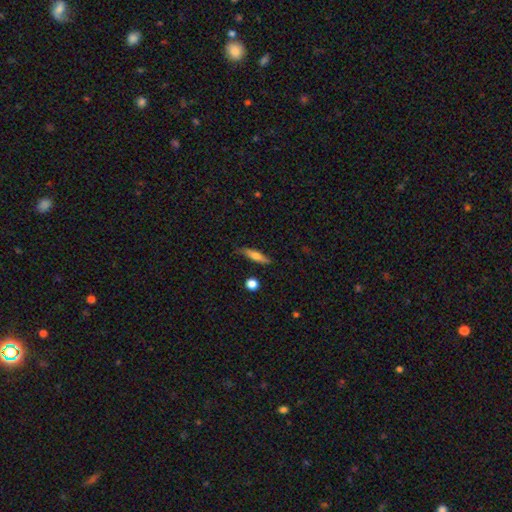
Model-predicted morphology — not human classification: Smooth or featured?
  - smooth: 62% *
  - featured or disk: 31%
  - star or artifact: 7%
How rounded?
  - cigar-shaped: 75% *
  - in between: 22%
  - round: 3%
Merging?
  - none: 80% *
  - minor disturbance: 15%
  - major disturbance: 3%
  - merger: 2%